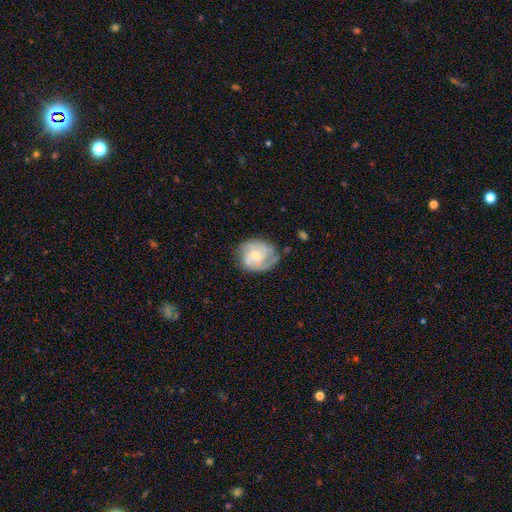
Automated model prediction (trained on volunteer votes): Overall: featured or disk (77%). Edge-on disk: no (98%). Bar: no (66%; weak 29%). Spiral arms: yes (93%). Spiral arm count: 2 (38%; 3 26%). Spiral winding: tight (47%; medium 40%). Bulge size: small (49%; moderate 46%). Merging: none (64%).